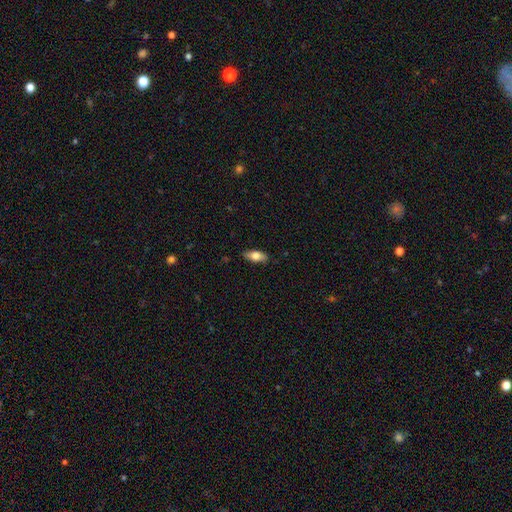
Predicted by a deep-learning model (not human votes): Smooth or featured? Predicted: smooth (p=0.73). How rounded? Predicted: in between (p=0.82). Merging? Predicted: none (p=0.86).